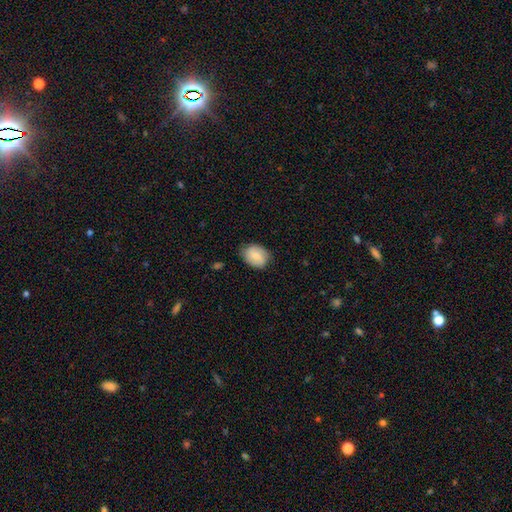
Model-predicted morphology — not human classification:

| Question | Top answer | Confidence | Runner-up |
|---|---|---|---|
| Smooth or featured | smooth | 73% | featured or disk (21%) |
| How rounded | in between | 65% | round (34%) |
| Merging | none | 78% | minor disturbance (18%) |